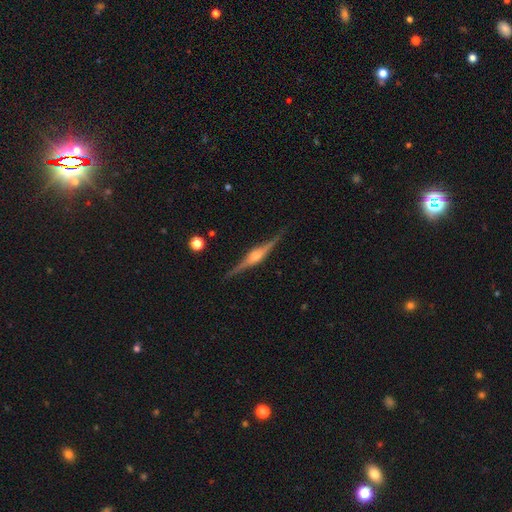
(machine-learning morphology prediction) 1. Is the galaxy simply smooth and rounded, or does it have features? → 87% featured or disk, 8% smooth, 5% star or artifact.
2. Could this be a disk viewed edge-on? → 98% yes, 2% no.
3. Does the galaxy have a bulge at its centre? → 87% rounded, 11% boxy, 2% none.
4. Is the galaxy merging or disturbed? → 90% none, 7% minor disturbance, 2% major disturbance, 1% merger.